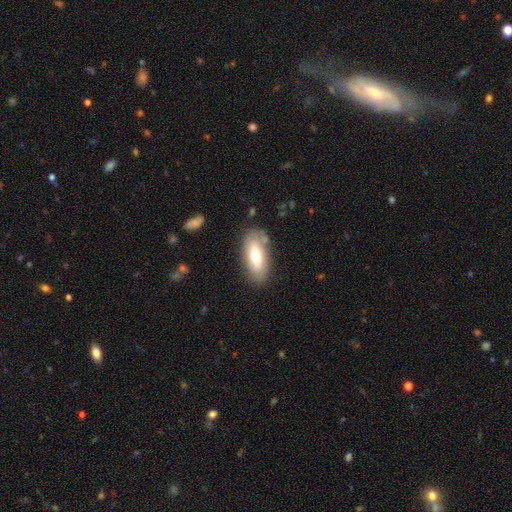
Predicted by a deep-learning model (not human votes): Smooth or featured? Predicted: smooth (p=0.65). How rounded? Predicted: in between (p=0.84). Merging? Predicted: none (p=0.78).